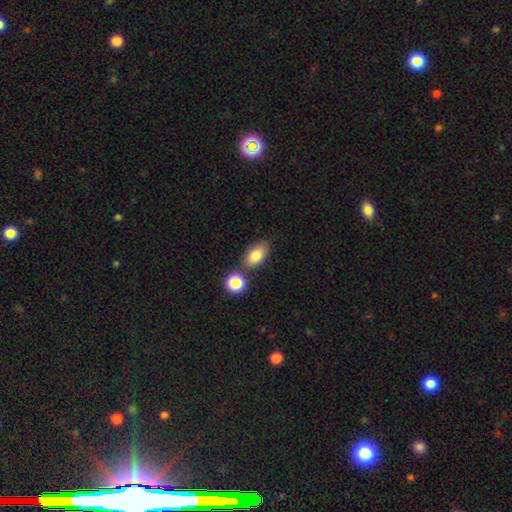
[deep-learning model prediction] smooth-or-featured: smooth: 82% | featured or disk: 9% | star or artifact: 9%
  how-rounded: in between: 88% | round: 10% | cigar-shaped: 2%
  merging: none: 72% | merger: 13% | minor disturbance: 12% | major disturbance: 3%